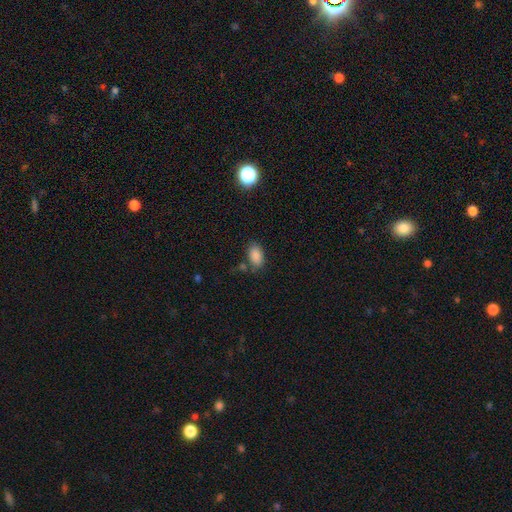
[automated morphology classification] Overall: smooth (86%). How rounded: in between (92%). Merging: none (75%).